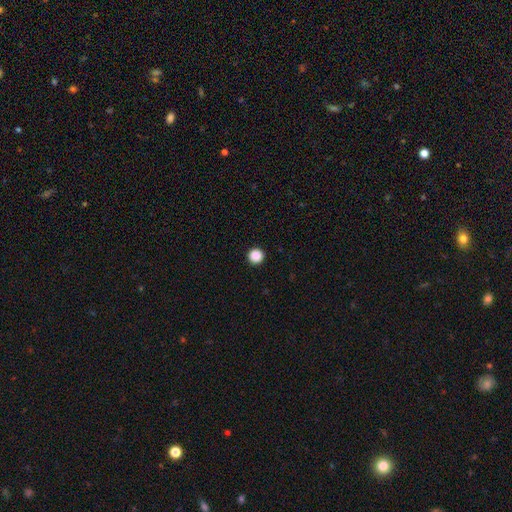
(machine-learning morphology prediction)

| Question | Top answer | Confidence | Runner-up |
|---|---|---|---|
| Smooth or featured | smooth | 87% | star or artifact (10%) |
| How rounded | round | 97% | in between (2%) |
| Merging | none | 94% | minor disturbance (3%) |